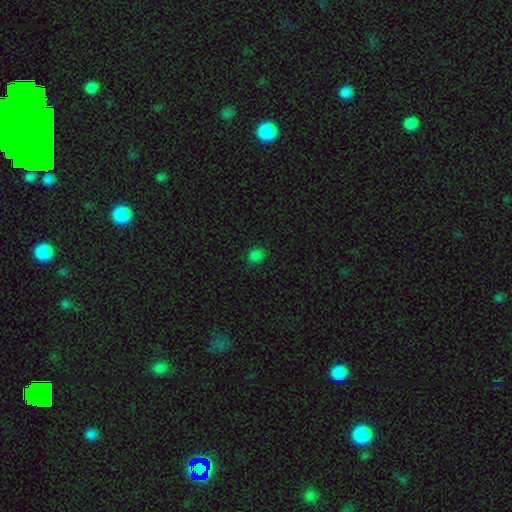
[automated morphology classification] type=smooth (79%); roundness=round (71%); merging=none (83%).